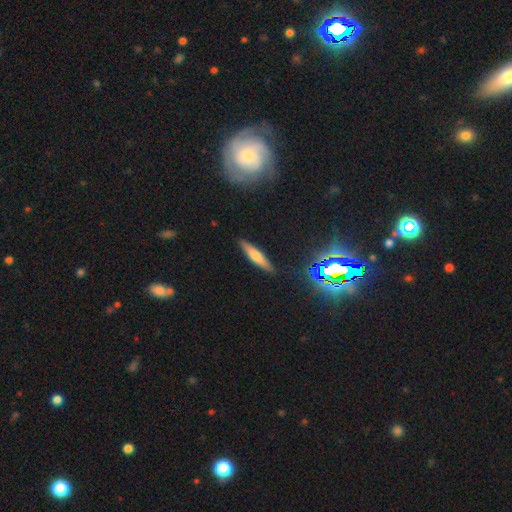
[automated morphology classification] A smooth galaxy with no disk features (62%) that is cigar-shaped (79%). Merging: none (88%).